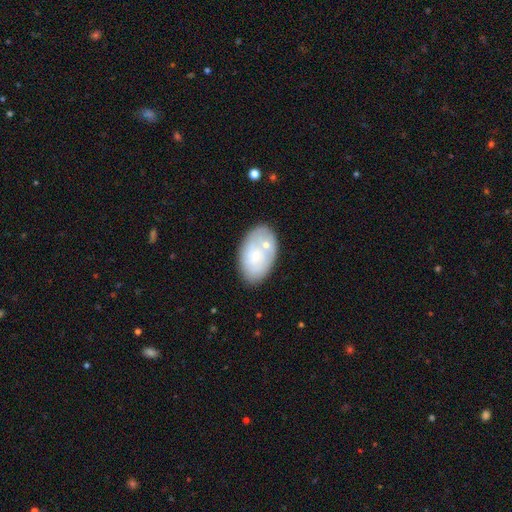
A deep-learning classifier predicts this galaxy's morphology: Overall: smooth (65%; featured or disk 27%). How rounded: in between (93%). Merging: none (69%).